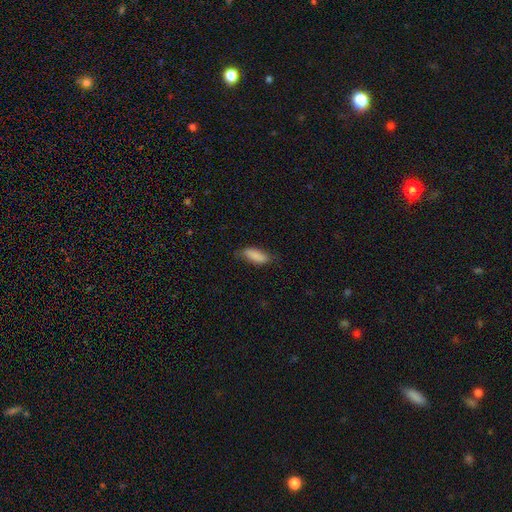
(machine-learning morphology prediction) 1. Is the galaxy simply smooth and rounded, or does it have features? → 85% smooth, 8% featured or disk, 6% star or artifact.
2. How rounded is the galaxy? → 72% in between, 26% cigar-shaped, 2% round.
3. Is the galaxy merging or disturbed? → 71% none, 22% minor disturbance, 5% major disturbance, 1% merger.